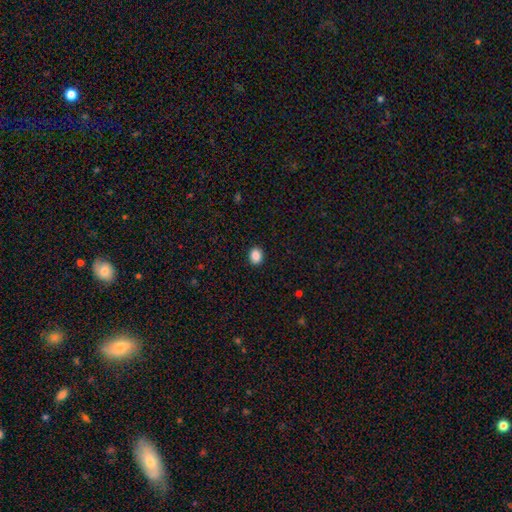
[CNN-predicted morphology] smooth-or-featured: smooth: 88% | star or artifact: 9% | featured or disk: 3%
  how-rounded: in between: 55% | round: 44% | cigar-shaped: 1%
  merging: none: 91% | minor disturbance: 6% | major disturbance: 2% | merger: 1%